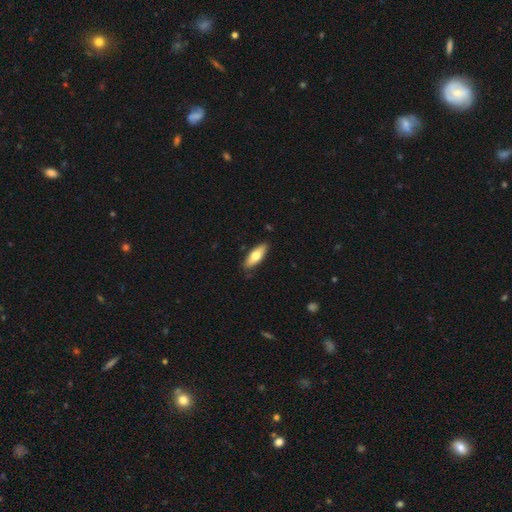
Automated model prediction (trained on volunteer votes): Q: Smooth or featured?
A: smooth (68%); runner-up: featured or disk (26%)
Q: How rounded?
A: in between (66%); runner-up: cigar-shaped (32%)
Q: Merging?
A: none (86%); runner-up: minor disturbance (11%)